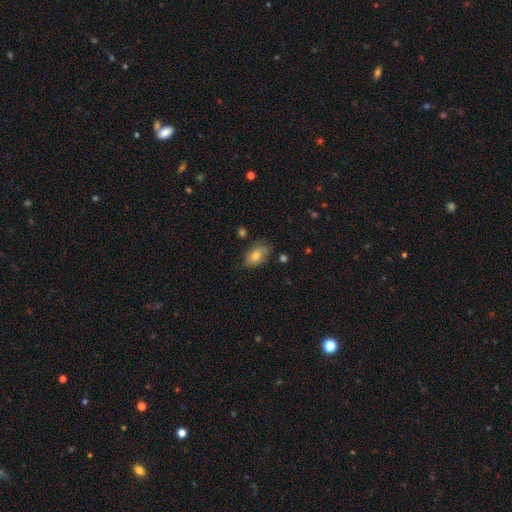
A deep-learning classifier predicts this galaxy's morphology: Smooth or featured: smooth — 74% (featured or disk — 16%)
How rounded: in between — 88% (round — 10%)
Merging: none — 74% (minor disturbance — 20%)